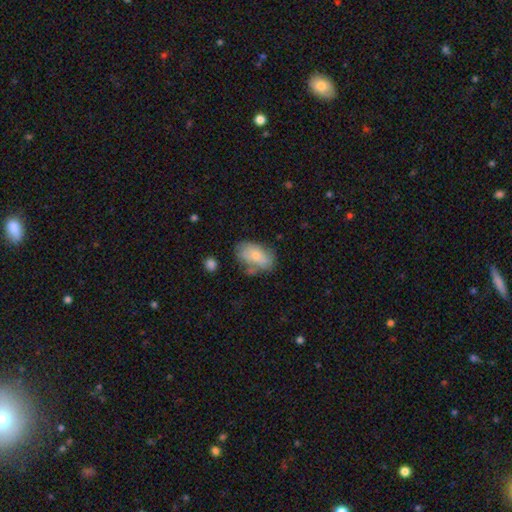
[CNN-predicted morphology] This appears to be a smooth galaxy with no disk features (73%) that is in between round and cigar-shaped (91%). Merging: none (55%).